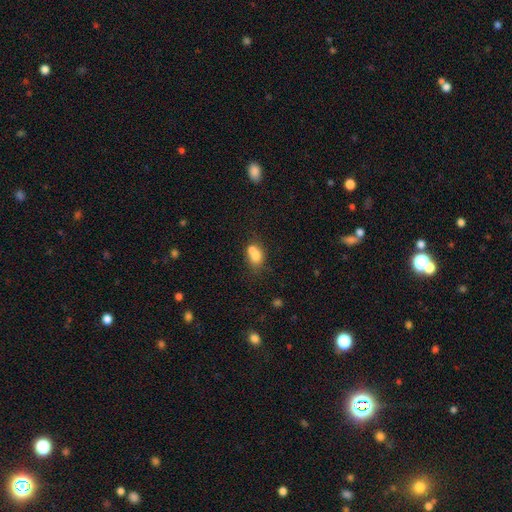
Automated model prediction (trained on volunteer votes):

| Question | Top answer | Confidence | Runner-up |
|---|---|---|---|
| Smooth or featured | smooth | 70% | featured or disk (18%) |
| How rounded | in between | 54% | round (44%) |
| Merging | merger | 57% | none (28%) |